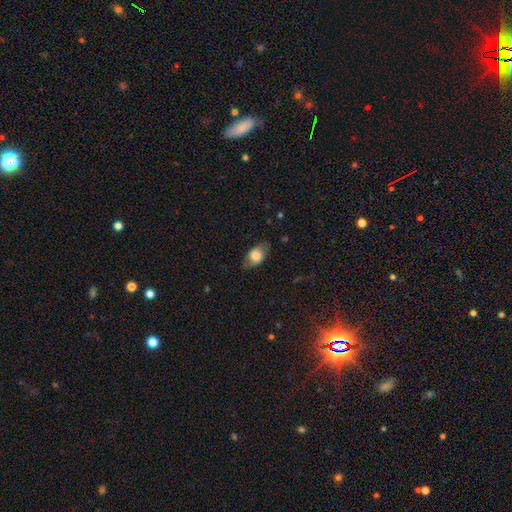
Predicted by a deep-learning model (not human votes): Q: Smooth or featured?
A: smooth (74%); runner-up: featured or disk (19%)
Q: How rounded?
A: in between (86%); runner-up: round (11%)
Q: Merging?
A: none (75%); runner-up: minor disturbance (18%)